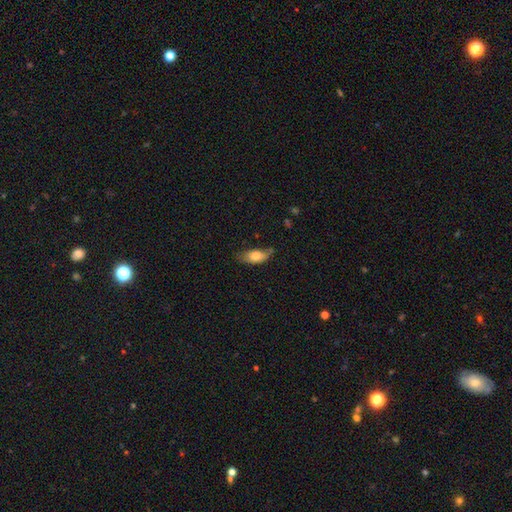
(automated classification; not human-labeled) Smooth or featured?
  - smooth: 74% *
  - featured or disk: 19%
  - star or artifact: 7%
How rounded?
  - in between: 87% *
  - cigar-shaped: 9%
  - round: 4%
Merging?
  - none: 54% *
  - minor disturbance: 34%
  - major disturbance: 8%
  - merger: 3%